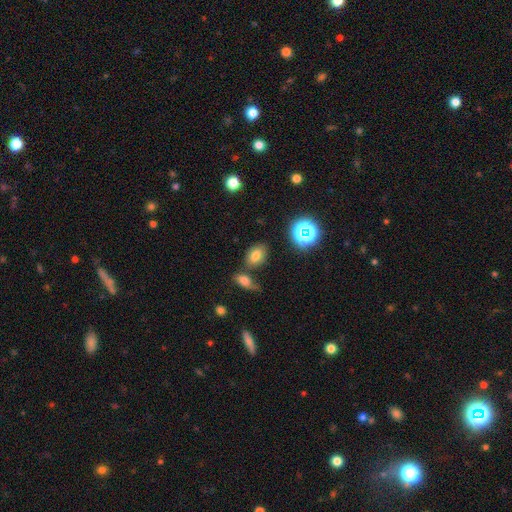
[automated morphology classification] A smooth galaxy with no disk features (74%) that is in between round and cigar-shaped (80%). Merging: none (69%).